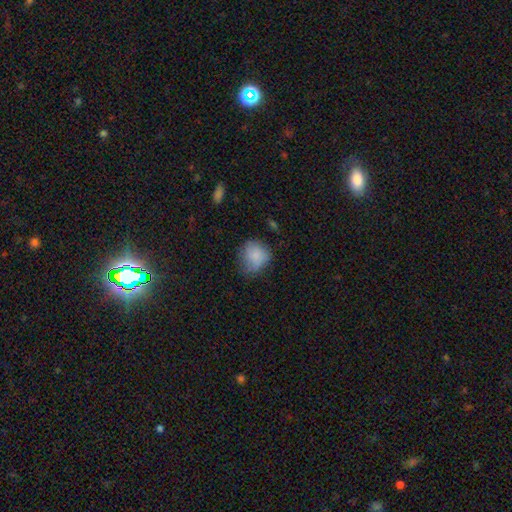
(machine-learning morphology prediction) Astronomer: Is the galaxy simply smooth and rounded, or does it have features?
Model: smooth — 81%.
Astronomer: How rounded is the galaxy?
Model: round — 74%.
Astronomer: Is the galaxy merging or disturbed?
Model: none — 53% (runner-up: minor disturbance, 33%).